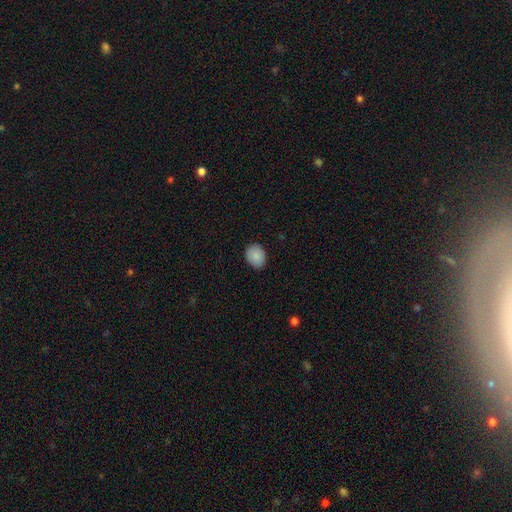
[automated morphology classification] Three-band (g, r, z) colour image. It shows a smooth galaxy with no disk features (89%) that is in between round and cigar-shaped (56%). Merging: none (87%).